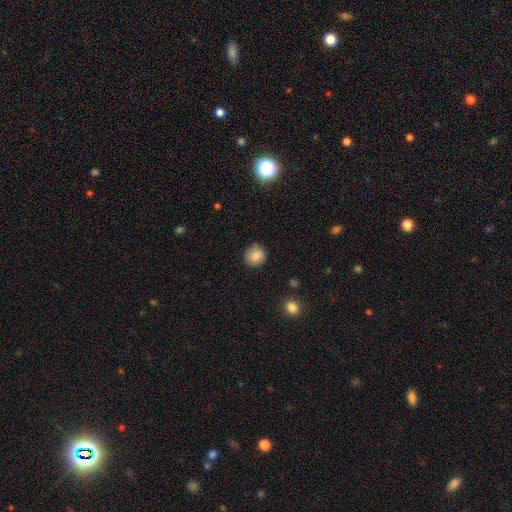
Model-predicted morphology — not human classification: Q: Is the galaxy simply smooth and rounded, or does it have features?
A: smooth — 84%.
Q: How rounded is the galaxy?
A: round — 90%.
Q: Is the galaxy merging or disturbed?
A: none — 86%.